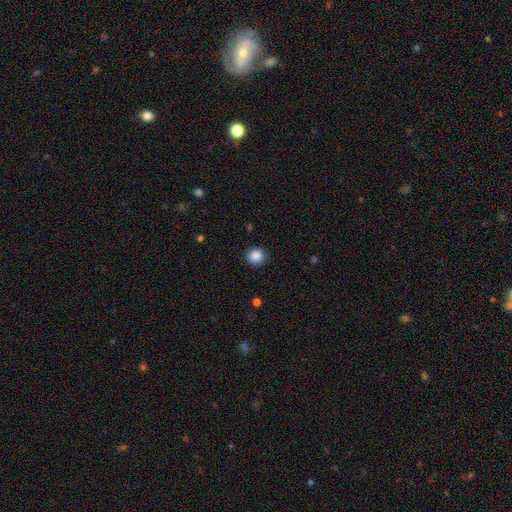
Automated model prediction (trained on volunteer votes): smooth-or-featured: smooth: 87% | star or artifact: 10% | featured or disk: 3%
  how-rounded: round: 91% | in between: 8% | cigar-shaped: 1%
  merging: none: 90% | minor disturbance: 7% | major disturbance: 2% | merger: 1%